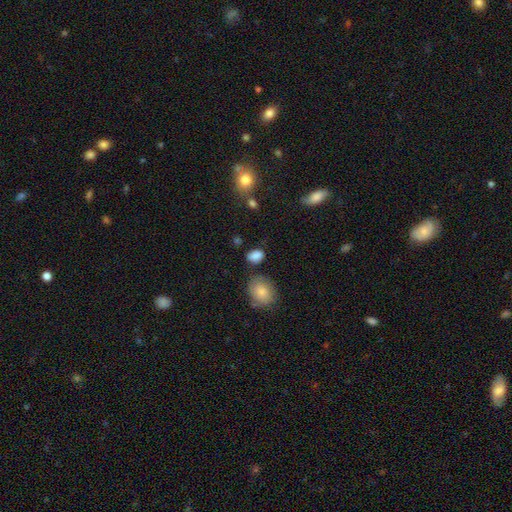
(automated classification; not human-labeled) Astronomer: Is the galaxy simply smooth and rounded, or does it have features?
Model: smooth — 84%.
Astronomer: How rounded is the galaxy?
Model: in between — 79%.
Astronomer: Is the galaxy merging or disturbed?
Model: none — 66%.